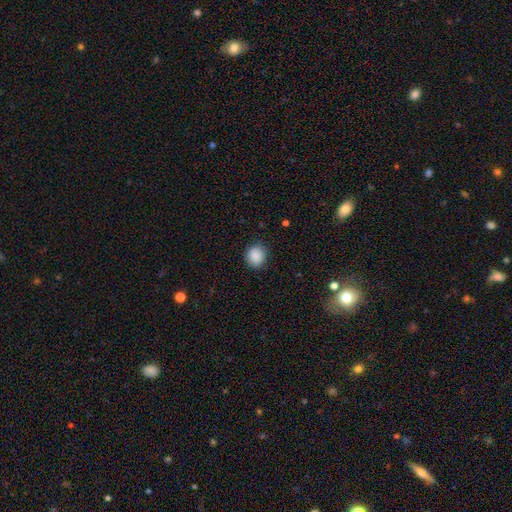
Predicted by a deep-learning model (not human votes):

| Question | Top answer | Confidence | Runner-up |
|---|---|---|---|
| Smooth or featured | smooth | 89% | star or artifact (8%) |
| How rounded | round | 77% | in between (22%) |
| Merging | none | 87% | minor disturbance (9%) |